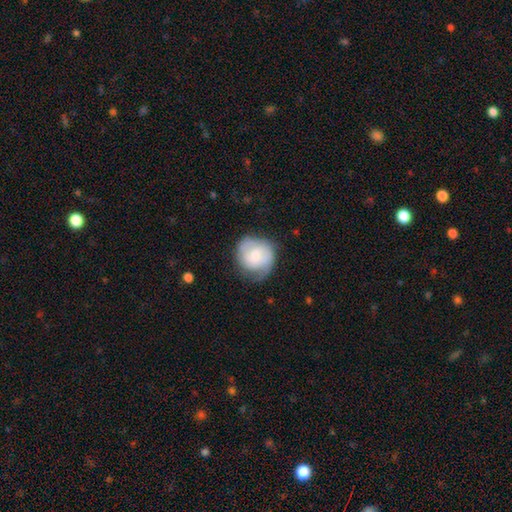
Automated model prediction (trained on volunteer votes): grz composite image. It shows a featured or disk galaxy (51%). Merging: none (60%).